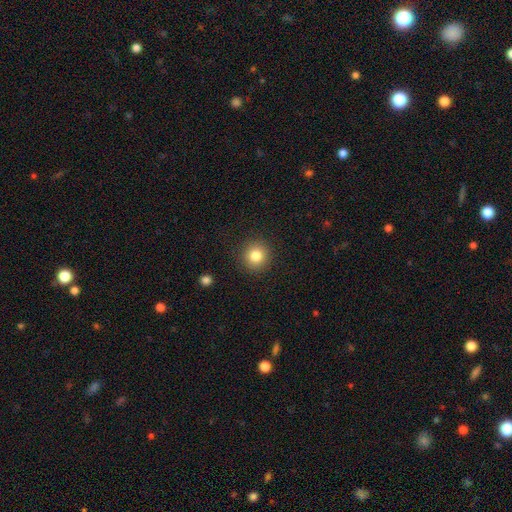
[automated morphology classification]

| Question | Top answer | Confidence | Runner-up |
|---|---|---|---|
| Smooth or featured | smooth | 82% | star or artifact (11%) |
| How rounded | round | 92% | in between (8%) |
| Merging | none | 91% | minor disturbance (6%) |